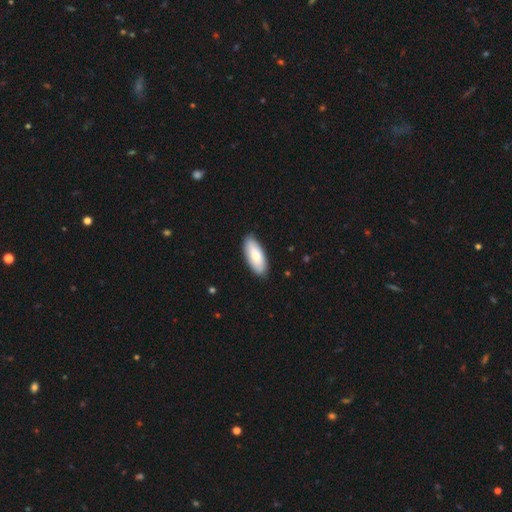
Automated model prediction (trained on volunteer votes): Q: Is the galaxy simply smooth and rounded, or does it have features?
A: smooth — 78%.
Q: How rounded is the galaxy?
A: in between — 82%.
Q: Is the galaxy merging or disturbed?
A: none — 87%.